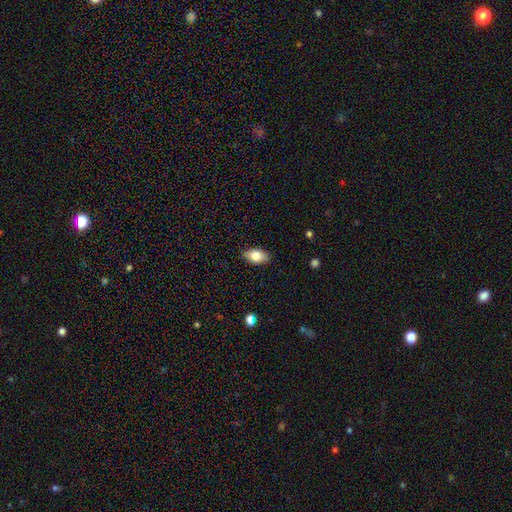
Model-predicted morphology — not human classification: The model was most divided on "smooth or featured": smooth: 79%, featured or disk: 14%, star or artifact: 7%. More confident: how rounded — in between (91%); merging — none (87%).